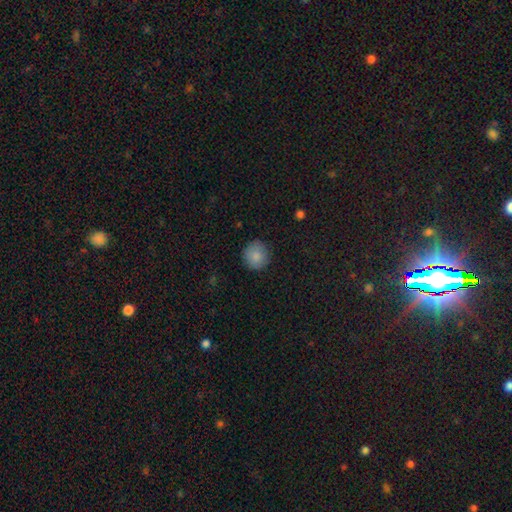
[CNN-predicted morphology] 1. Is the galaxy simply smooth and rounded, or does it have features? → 87% smooth, 8% star or artifact, 5% featured or disk.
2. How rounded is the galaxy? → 91% round, 8% in between, 1% cigar-shaped.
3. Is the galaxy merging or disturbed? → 88% none, 9% minor disturbance, 2% major disturbance, 1% merger.